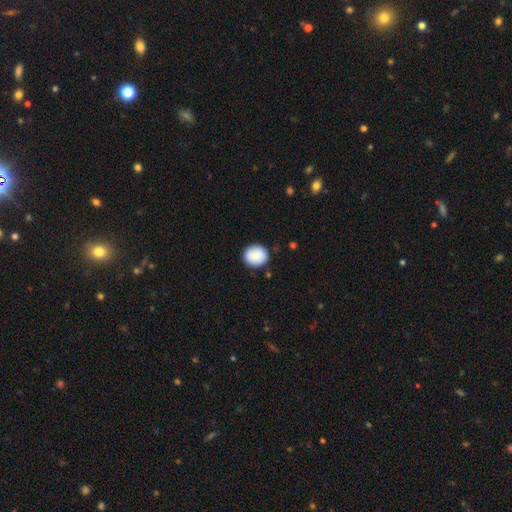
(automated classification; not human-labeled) smooth_or_featured: smooth (p=0.84) [alt: featured or disk p=0.09]
how_rounded: round (p=0.76) [alt: in between p=0.23]
merging: none (p=0.84) [alt: minor disturbance p=0.12]